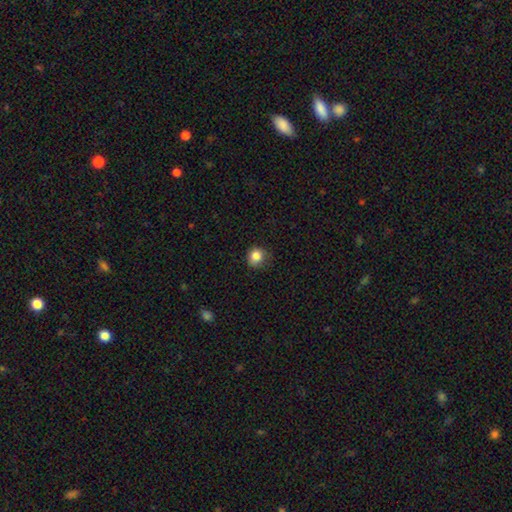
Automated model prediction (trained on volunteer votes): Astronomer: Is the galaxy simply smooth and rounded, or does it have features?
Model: smooth — 84%.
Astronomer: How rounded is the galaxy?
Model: round — 84%.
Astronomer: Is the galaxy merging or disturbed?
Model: none — 71%.